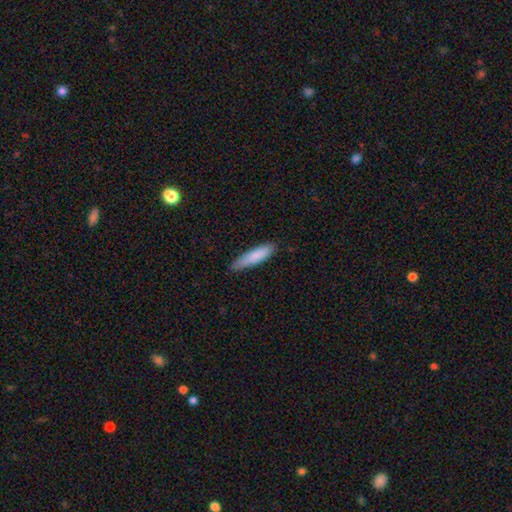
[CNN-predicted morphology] smooth 83%, featured or disk 11%, star or artifact 6%. Down the decision tree: how rounded — cigar-shaped (78%); merging — none (80%).